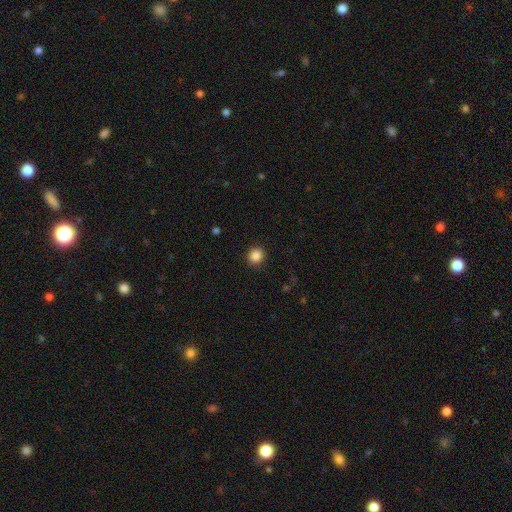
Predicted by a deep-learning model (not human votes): Morphology: type=smooth (86%); roundness=round (90%); merging=none (92%).